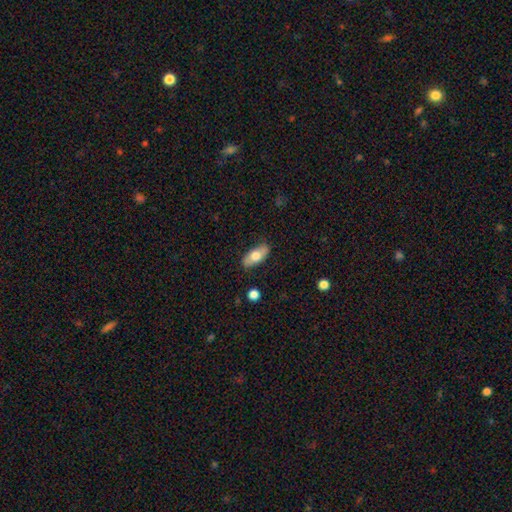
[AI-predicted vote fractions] Smooth or featured? Predicted: smooth (p=0.69). How rounded? Predicted: in between (p=0.85). Merging? Predicted: none (p=0.83).